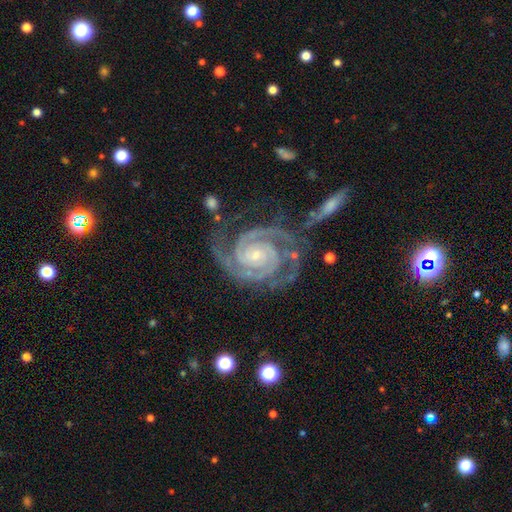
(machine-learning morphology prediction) Smooth or featured? featured or disk (94%)
Edge-on disk? no (98%)
Bar? no (66%)
Spiral arms? yes (99%)
Spiral winding? tight (77%)
Spiral arm count? 2 (82%)
Bulge size? small (77%)
Merging? none (69%)